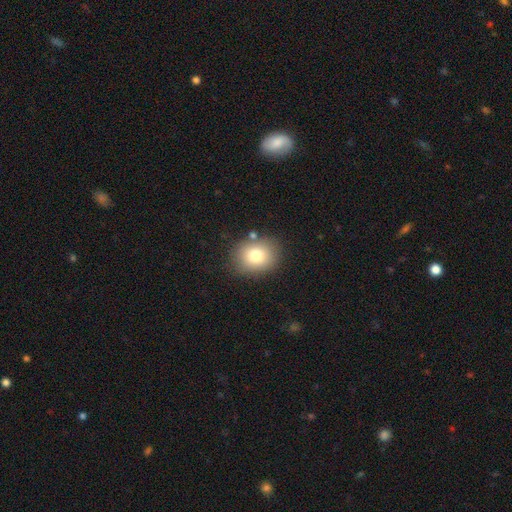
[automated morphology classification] The model was most divided on "how rounded": round: 56%, in between: 43%, cigar-shaped: 1%. More confident: merging — none (79%); smooth or featured — smooth (77%).